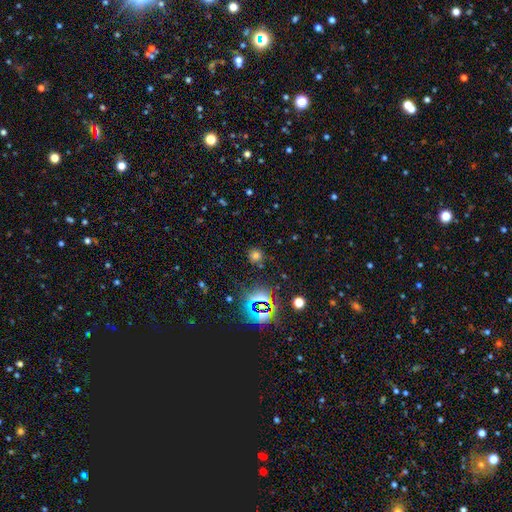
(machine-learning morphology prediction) smooth_or_featured: smooth (p=0.61) [alt: star or artifact p=0.32]
how_rounded: round (p=0.89) [alt: in between p=0.10]
merging: none (p=0.82) [alt: minor disturbance p=0.10]